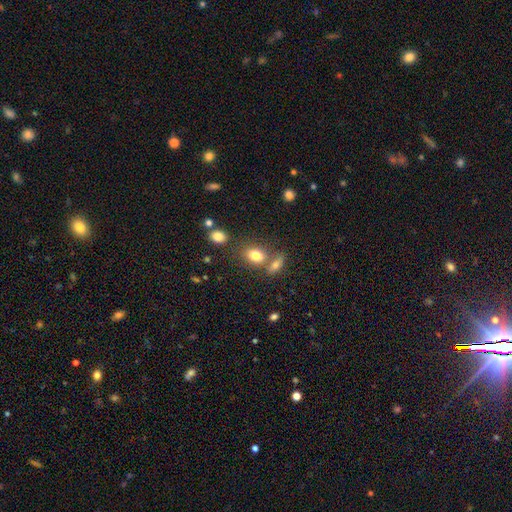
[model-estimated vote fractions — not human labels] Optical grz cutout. It shows a smooth galaxy with no disk features (79%) that is in between round and cigar-shaped (73%). Merging: none (56%).